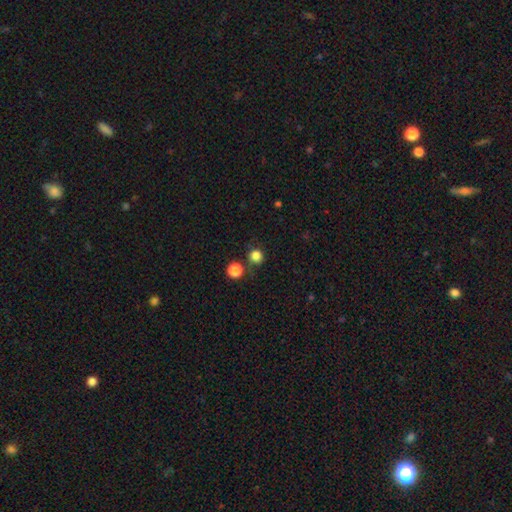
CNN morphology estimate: This is clearly a smooth galaxy (82%). How rounded: clearly round (92%). Merging: likely none (76%).